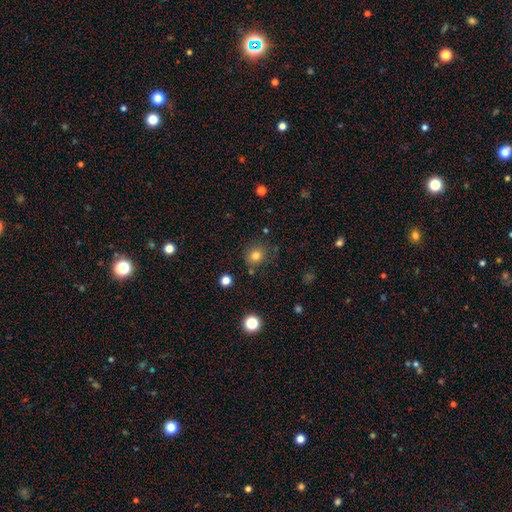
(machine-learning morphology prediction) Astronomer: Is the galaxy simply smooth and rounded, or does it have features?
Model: smooth — 79%.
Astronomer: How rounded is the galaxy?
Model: round — 85%.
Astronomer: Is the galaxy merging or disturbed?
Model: none — 79%.